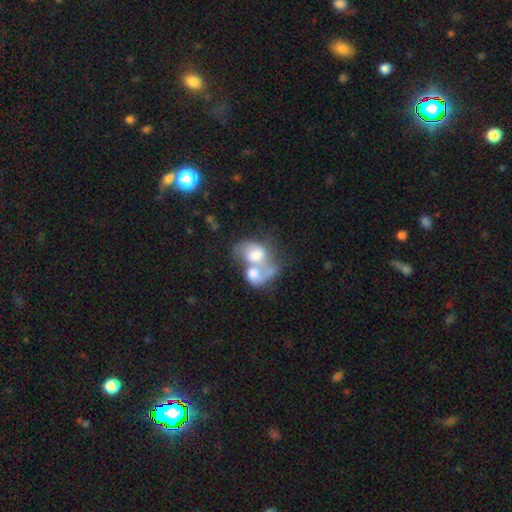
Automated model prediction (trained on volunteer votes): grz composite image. It shows a smooth galaxy with no disk features (47%). Merging: merger (79%).